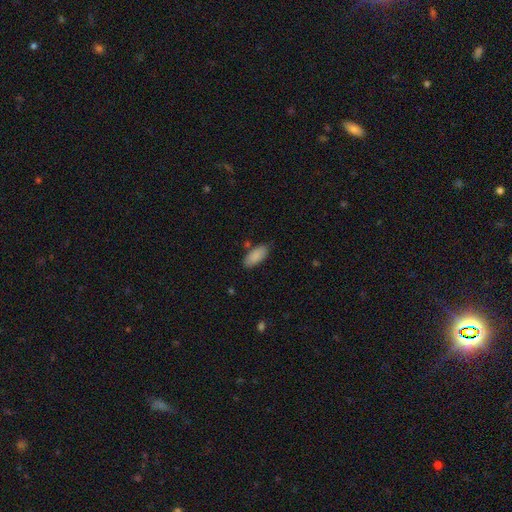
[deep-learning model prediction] smooth 88%, star or artifact 6%, featured or disk 6%. Down the decision tree: how rounded — in between (88%); merging — none (79%).